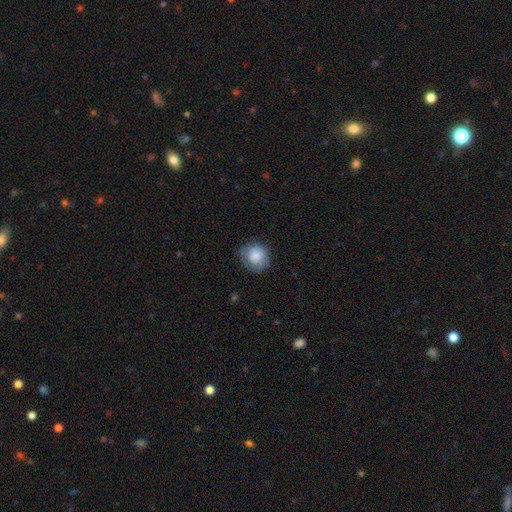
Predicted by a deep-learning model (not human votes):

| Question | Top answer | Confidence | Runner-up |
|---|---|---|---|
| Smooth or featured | smooth | 82% | featured or disk (11%) |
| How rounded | round | 83% | in between (16%) |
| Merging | none | 69% | minor disturbance (24%) |